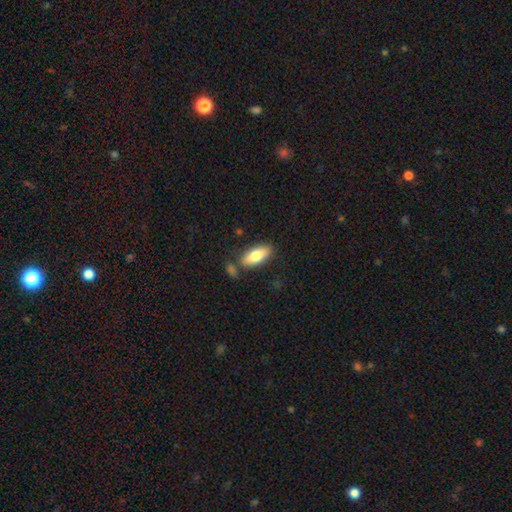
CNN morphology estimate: Smooth or featured?
  - smooth: 78% *
  - featured or disk: 17%
  - star or artifact: 6%
How rounded?
  - in between: 82% *
  - cigar-shaped: 16%
  - round: 2%
Merging?
  - none: 75% *
  - minor disturbance: 13%
  - merger: 9%
  - major disturbance: 3%